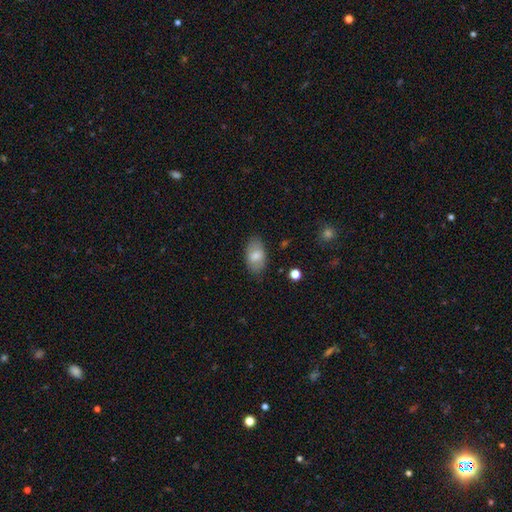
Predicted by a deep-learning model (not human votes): smooth-or-featured: smooth: 75% | featured or disk: 18% | star or artifact: 7%
  how-rounded: in between: 93% | round: 5% | cigar-shaped: 2%
  merging: none: 83% | minor disturbance: 12% | major disturbance: 3% | merger: 1%